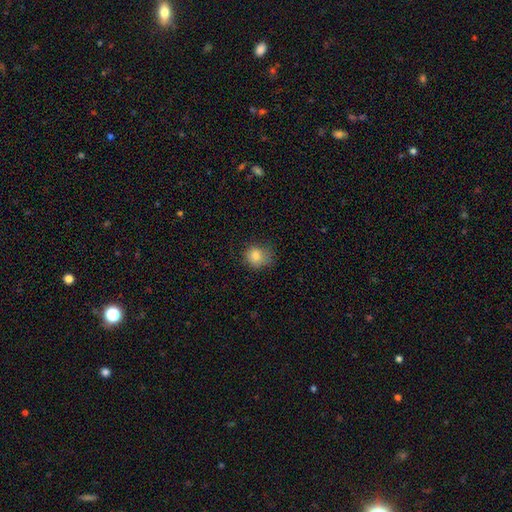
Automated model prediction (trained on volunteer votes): This is clearly a smooth galaxy (83%). How rounded: likely round (74%). Merging: likely none (63%).